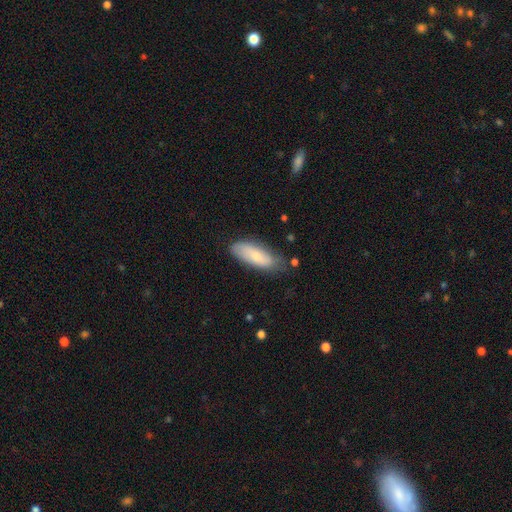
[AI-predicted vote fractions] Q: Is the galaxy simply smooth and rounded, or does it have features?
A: smooth — 69%.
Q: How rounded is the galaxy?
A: in between — 70%.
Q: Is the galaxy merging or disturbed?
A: none — 69%.